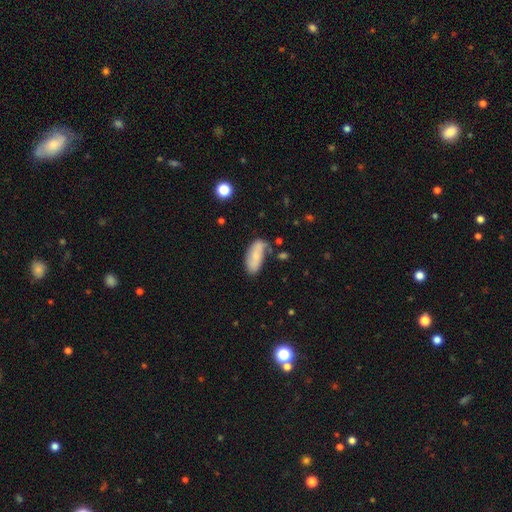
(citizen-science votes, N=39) smooth 74%, featured or disk 15%, star or artifact 10%. Down the decision tree: how rounded — in between (79%); merging — minor disturbance (43%).